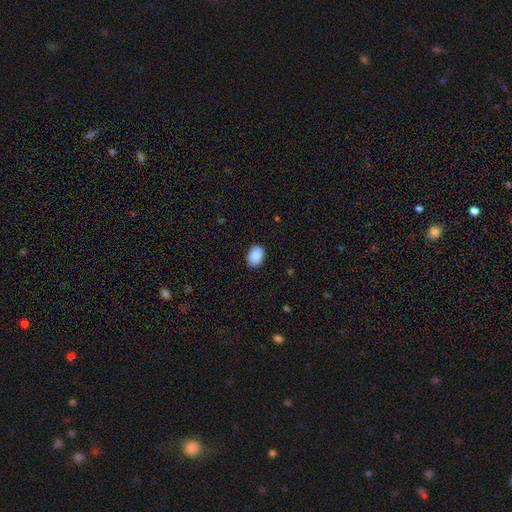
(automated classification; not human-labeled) smooth-or-featured: smooth: 90% | star or artifact: 7% | featured or disk: 3%
  how-rounded: in between: 78% | round: 21% | cigar-shaped: 1%
  merging: none: 89% | minor disturbance: 8% | major disturbance: 2% | merger: 1%